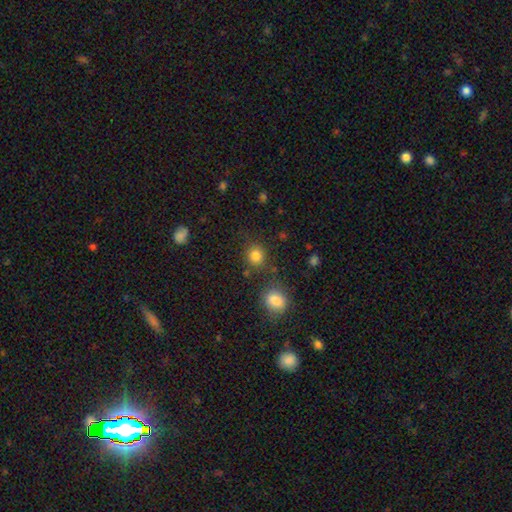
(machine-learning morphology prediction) Smooth or featured: smooth — 82% (star or artifact — 13%)
How rounded: round — 83% (in between — 16%)
Merging: none — 74% (merger — 10%)